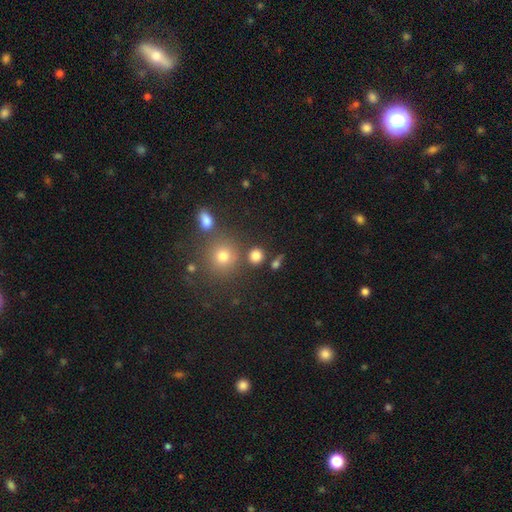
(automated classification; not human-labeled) smooth_or_featured: smooth (p=0.79) [alt: star or artifact p=0.15]
how_rounded: round (p=0.86) [alt: in between p=0.13]
merging: none (p=0.78) [alt: merger p=0.10]